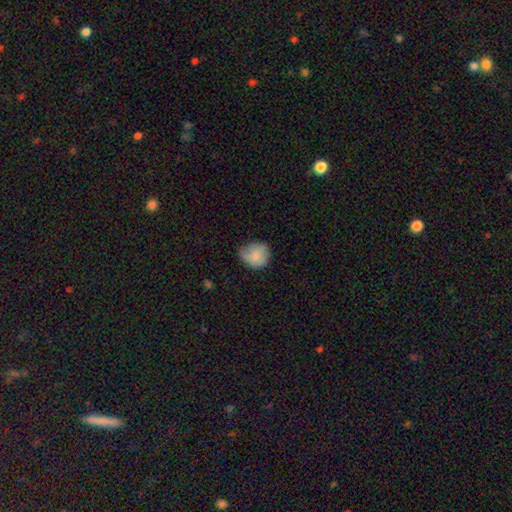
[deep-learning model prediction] smooth-or-featured: smooth: 80% | featured or disk: 13% | star or artifact: 7%
  how-rounded: round: 78% | in between: 21% | cigar-shaped: 1%
  merging: none: 49% | minor disturbance: 38% | major disturbance: 11% | merger: 1%